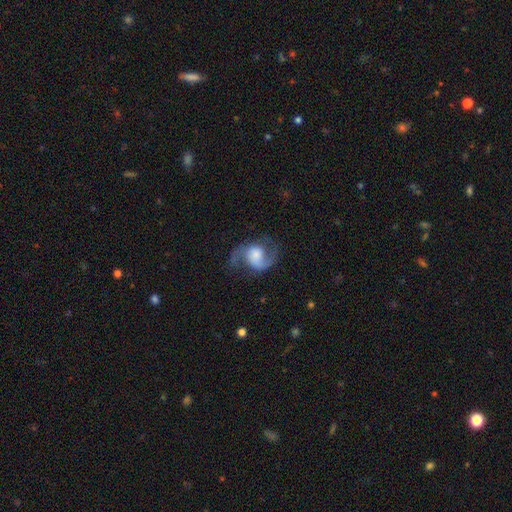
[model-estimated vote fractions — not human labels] smooth-or-featured: featured or disk: 82% | smooth: 12% | star or artifact: 6%
  disk-edge-on: no: 98% | yes: 2%
    bar: no: 61% | weak: 31% | strong: 7%
    has-spiral-arms: yes: 96% | no: 4%
      spiral-winding: medium: 46% | loose: 44% | tight: 10%
      spiral-arm-count: 2: 89% | 1: 6% | can't tell: 2% | 3: 1% | 4: 1% | more than 4: 1%
    bulge-size: large: 35% | moderate: 23% | small: 17% | none: 16% | dominant: 9%
  merging: none: 65% | minor disturbance: 18% | major disturbance: 15% | merger: 2%